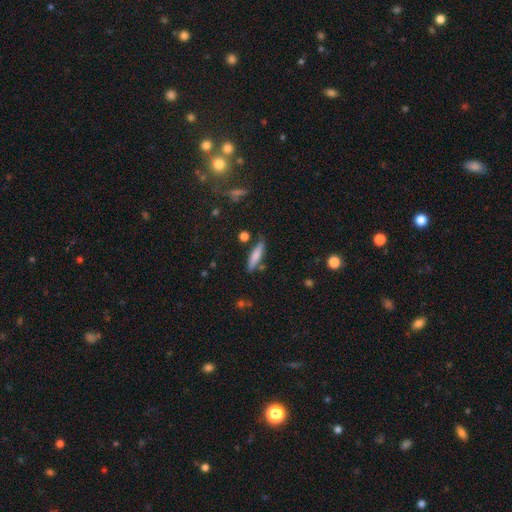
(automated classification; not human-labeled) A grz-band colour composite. It shows a smooth galaxy with no disk features (72%) that is cigar-shaped (81%). Merging: none (77%).